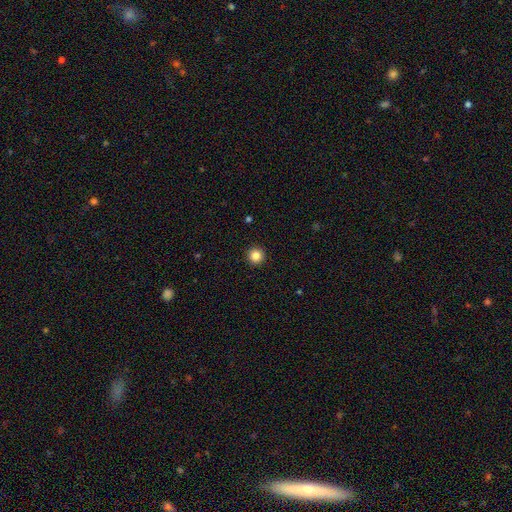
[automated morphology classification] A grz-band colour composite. It shows a smooth galaxy with no disk features (85%) that is round (96%). Merging: none (94%).